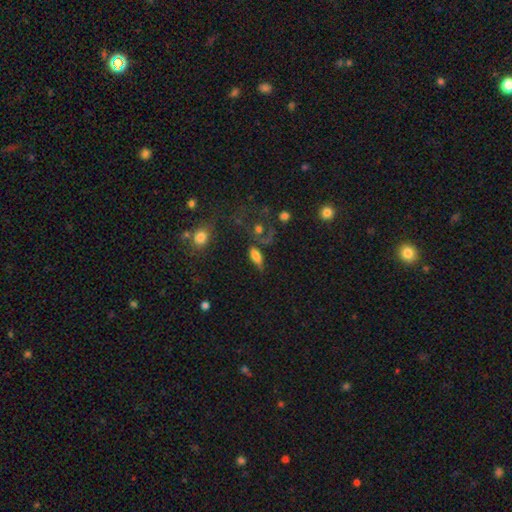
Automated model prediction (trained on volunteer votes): Smooth or featured?
  - smooth: 68% *
  - featured or disk: 20%
  - star or artifact: 12%
How rounded?
  - in between: 69% *
  - cigar-shaped: 24%
  - round: 7%
Merging?
  - none: 49% *
  - minor disturbance: 22%
  - major disturbance: 17%
  - merger: 12%